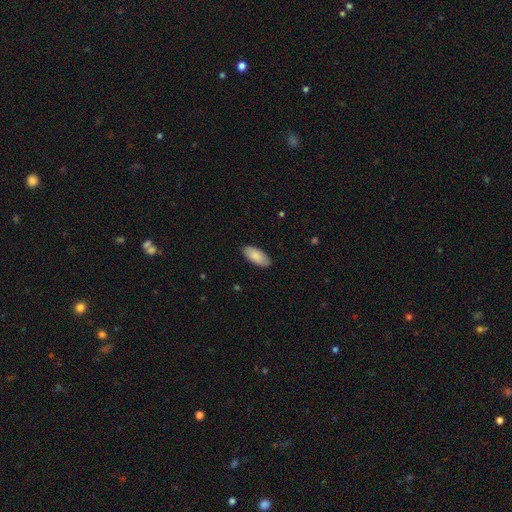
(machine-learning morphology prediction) Q: Smooth or featured?
A: smooth (88%); runner-up: featured or disk (7%)
Q: How rounded?
A: in between (92%); runner-up: cigar-shaped (6%)
Q: Merging?
A: none (88%); runner-up: minor disturbance (9%)